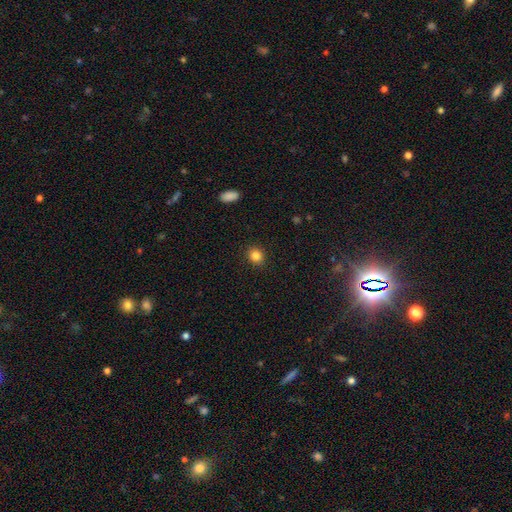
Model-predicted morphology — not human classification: smooth 84%, star or artifact 11%, featured or disk 5%. Down the decision tree: how rounded — round (74%); merging — none (90%).